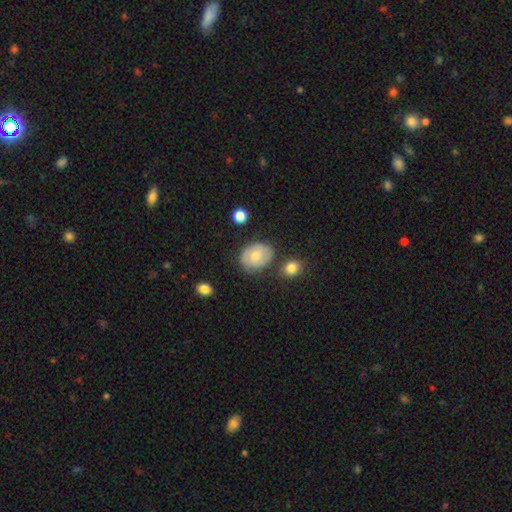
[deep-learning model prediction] smooth_or_featured: smooth (p=0.58) [alt: featured or disk p=0.35]
how_rounded: in between (p=0.57) [alt: round p=0.42]
merging: none (p=0.69) [alt: minor disturbance p=0.20]